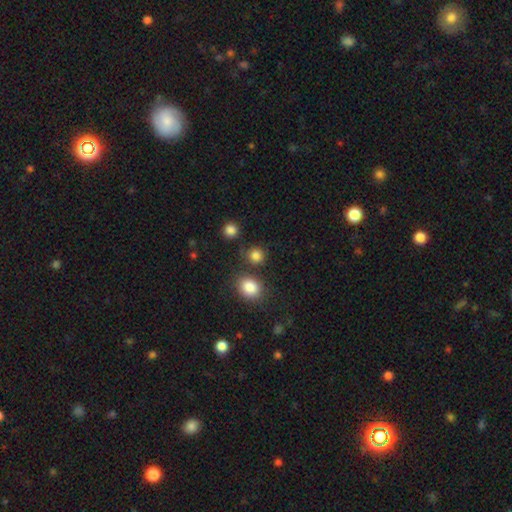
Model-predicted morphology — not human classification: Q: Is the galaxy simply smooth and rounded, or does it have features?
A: smooth — 83%.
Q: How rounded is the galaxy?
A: round — 85%.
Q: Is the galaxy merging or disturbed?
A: none — 76%.